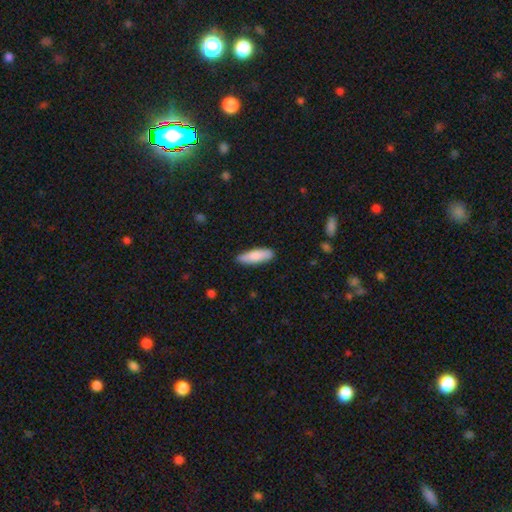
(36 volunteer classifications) Smooth or featured?
  - smooth: 78% *
  - featured or disk: 17%
  - star or artifact: 6%
How rounded?
  - cigar-shaped: 54% *
  - in between: 46%
  - round: 0%
Merging?
  - none: 88% *
  - minor disturbance: 9%
  - major disturbance: 3%
  - merger: 0%